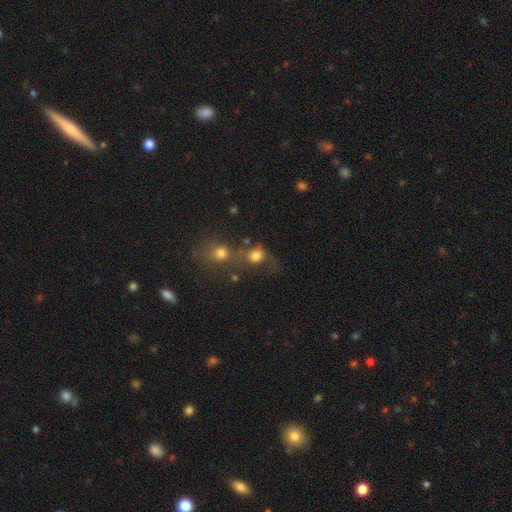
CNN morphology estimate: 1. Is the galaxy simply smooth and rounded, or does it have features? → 75% smooth, 14% star or artifact, 11% featured or disk.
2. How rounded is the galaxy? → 65% round, 34% in between, 1% cigar-shaped.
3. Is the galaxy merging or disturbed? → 39% merger, 33% none, 14% major disturbance, 14% minor disturbance.